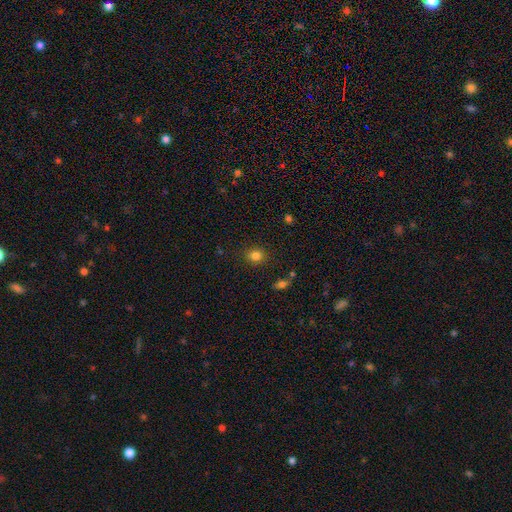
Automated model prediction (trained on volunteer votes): Morphology: type=smooth (82%); roundness=round (73%); merging=none (87%).